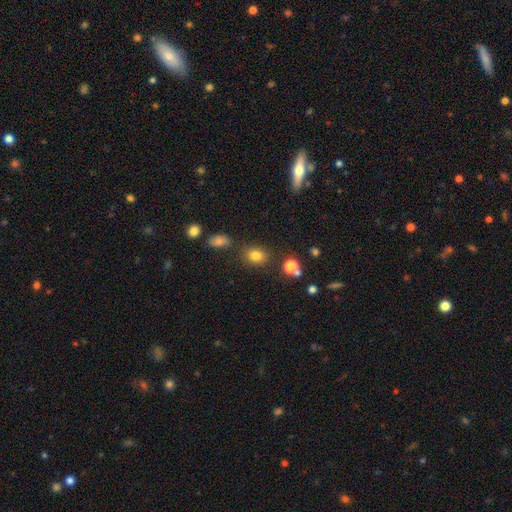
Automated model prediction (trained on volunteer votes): Smooth or featured: smooth — 81% (star or artifact — 13%)
How rounded: in between — 52% (round — 46%)
Merging: none — 78% (minor disturbance — 12%)